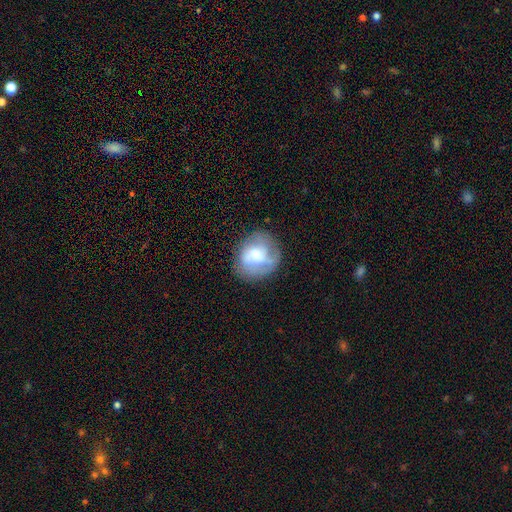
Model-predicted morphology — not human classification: type=smooth (49%); merging=none (65%).